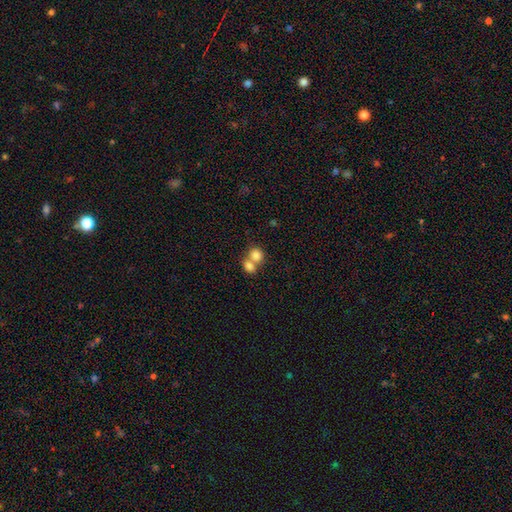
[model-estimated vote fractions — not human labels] A smooth galaxy with no disk features (81%) that is round (66%).

Vote fractions:
- Smooth or featured? smooth: 81% / featured or disk: 10% / star or artifact: 10%
- How rounded? round: 66% / in between: 33% / cigar-shaped: 1%
- Merging? merger: 61% / none: 31% / minor disturbance: 6% / major disturbance: 3%